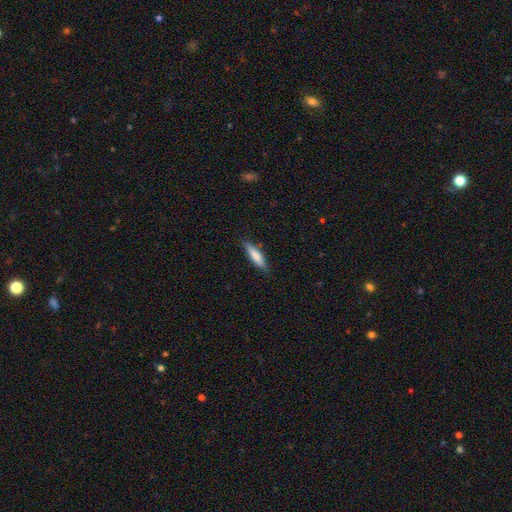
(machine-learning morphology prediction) smooth_or_featured: smooth (p=0.78) [alt: featured or disk p=0.16]
how_rounded: cigar-shaped (p=0.75) [alt: in between p=0.23]
merging: none (p=0.86) [alt: minor disturbance p=0.11]